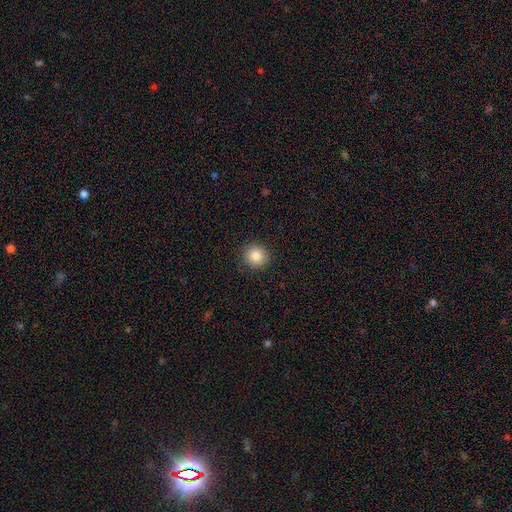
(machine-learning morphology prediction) Q: Smooth or featured?
A: smooth (86%); runner-up: star or artifact (9%)
Q: How rounded?
A: round (91%); runner-up: in between (8%)
Q: Merging?
A: none (91%); runner-up: minor disturbance (6%)